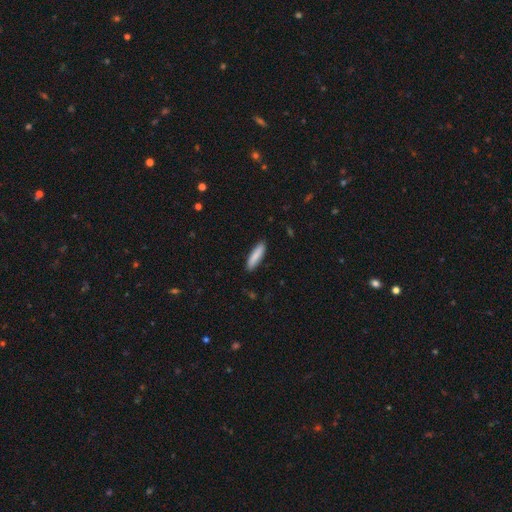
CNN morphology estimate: smooth_or_featured: smooth (p=0.86) [alt: featured or disk p=0.09]
how_rounded: cigar-shaped (p=0.71) [alt: in between p=0.28]
merging: none (p=0.89) [alt: minor disturbance p=0.09]